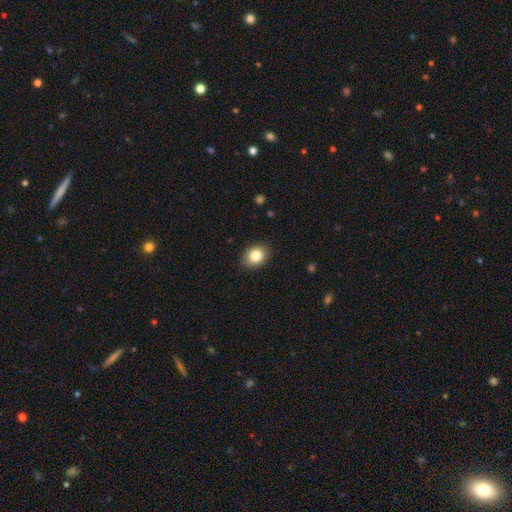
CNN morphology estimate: Smooth or featured? smooth (84%)
How rounded? in between (51%)
Merging? none (87%)